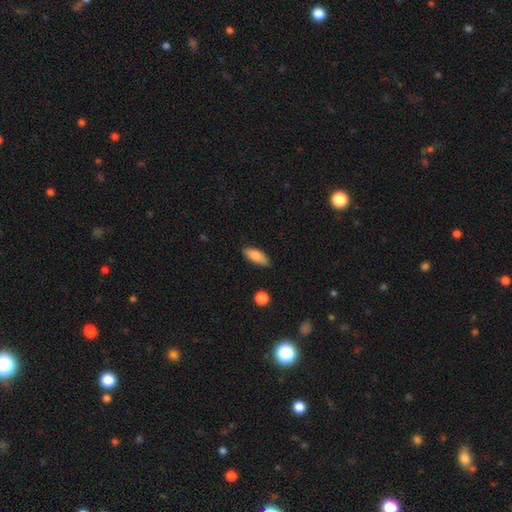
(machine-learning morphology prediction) smooth 86%, featured or disk 8%, star or artifact 7%. Down the decision tree: how rounded — in between (73%); merging — none (83%).